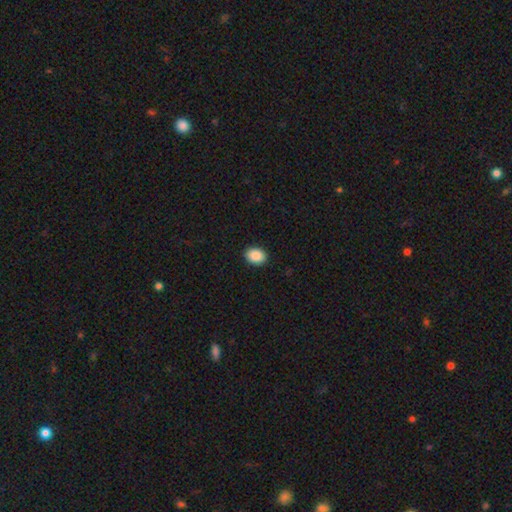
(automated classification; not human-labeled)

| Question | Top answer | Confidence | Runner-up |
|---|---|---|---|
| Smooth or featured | smooth | 89% | star or artifact (8%) |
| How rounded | in between | 66% | round (33%) |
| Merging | none | 91% | minor disturbance (6%) |